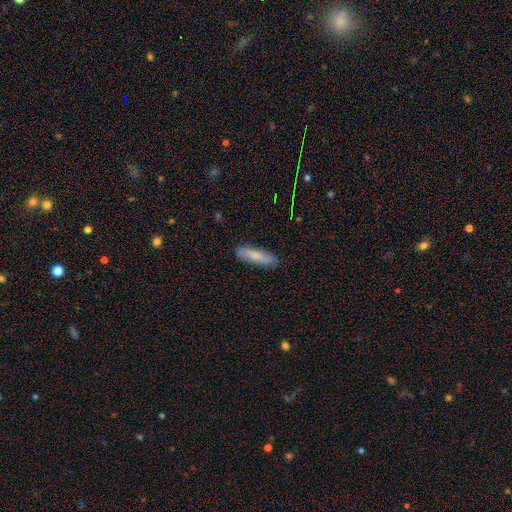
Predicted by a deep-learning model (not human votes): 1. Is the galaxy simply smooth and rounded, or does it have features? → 74% smooth, 20% featured or disk, 6% star or artifact.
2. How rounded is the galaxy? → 68% cigar-shaped, 31% in between, 2% round.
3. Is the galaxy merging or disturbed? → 85% none, 12% minor disturbance, 2% major disturbance, 1% merger.